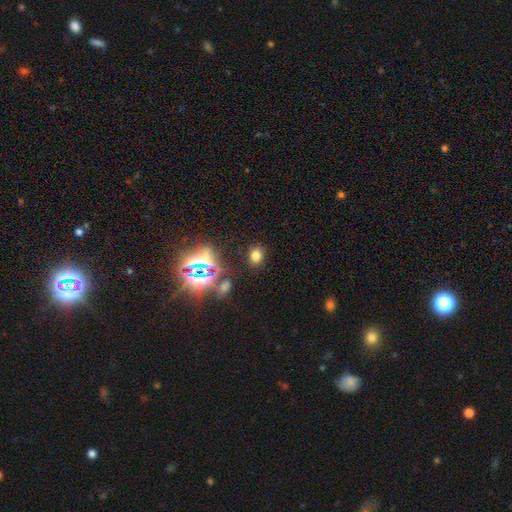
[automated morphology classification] A smooth galaxy with no disk features (68%) that is round (52%). Merging: none (86%).